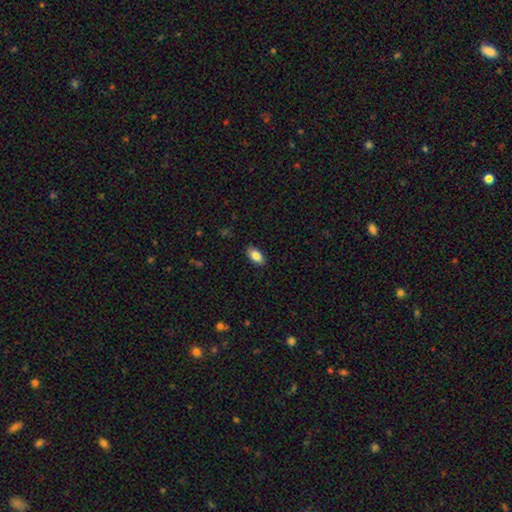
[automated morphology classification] This appears to be a smooth galaxy with no disk features (85%) that is in between round and cigar-shaped (93%). Merging: none (89%).